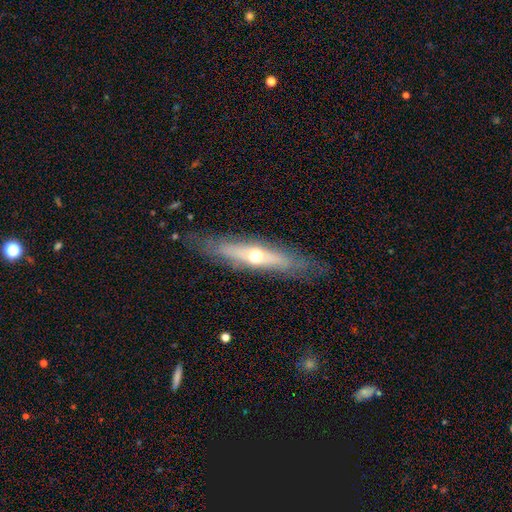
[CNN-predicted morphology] featured or disk 57%, smooth 36%, star or artifact 7%. Down the decision tree: edge-on disk — yes (73%); merging — none (78%).